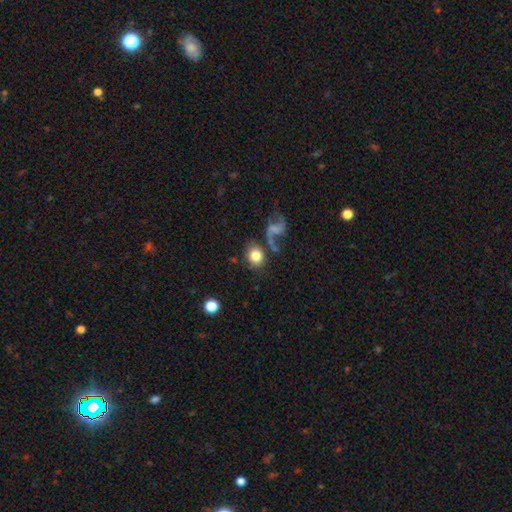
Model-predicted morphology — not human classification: Q: Smooth or featured?
A: smooth (74%); runner-up: featured or disk (16%)
Q: How rounded?
A: round (71%); runner-up: in between (27%)
Q: Merging?
A: none (61%); runner-up: minor disturbance (16%)